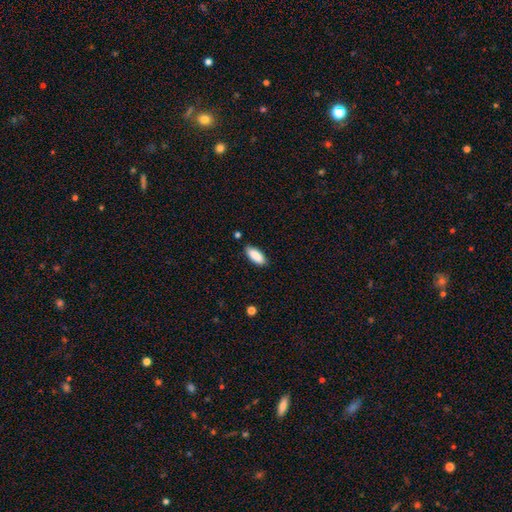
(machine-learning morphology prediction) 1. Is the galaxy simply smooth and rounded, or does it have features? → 89% smooth, 6% star or artifact, 5% featured or disk.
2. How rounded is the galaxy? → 82% in between, 16% cigar-shaped, 2% round.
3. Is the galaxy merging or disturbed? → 86% none, 11% minor disturbance, 2% major disturbance, 2% merger.